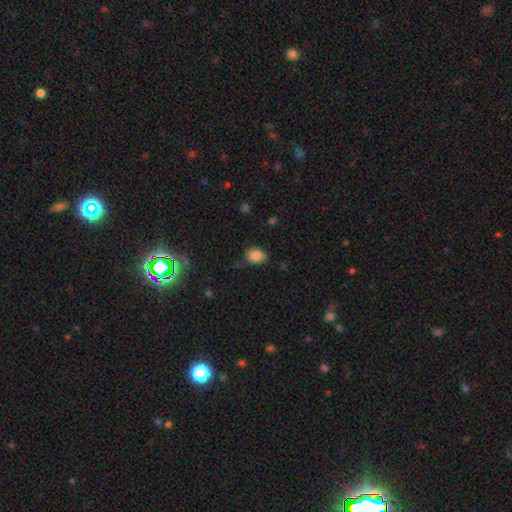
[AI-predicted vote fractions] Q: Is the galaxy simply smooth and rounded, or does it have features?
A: smooth — 84%.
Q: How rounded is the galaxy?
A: in between — 76%.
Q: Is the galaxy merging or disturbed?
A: none — 62%.